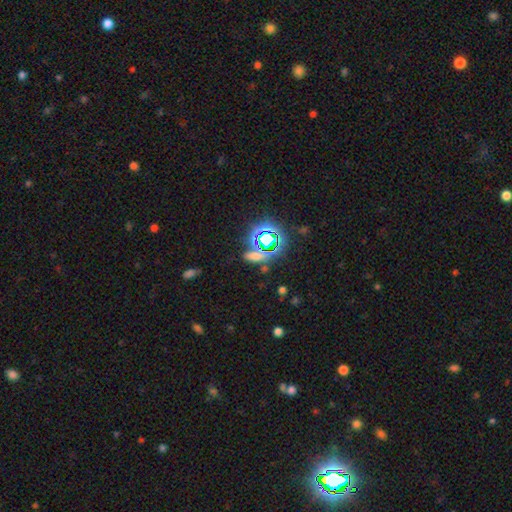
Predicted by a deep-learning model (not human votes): Smooth or featured: star or artifact — 48% (smooth — 41%)